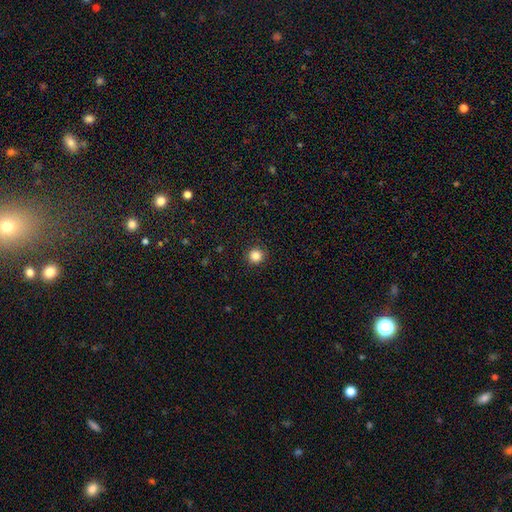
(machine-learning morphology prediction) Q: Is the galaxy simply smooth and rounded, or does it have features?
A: smooth — 85%.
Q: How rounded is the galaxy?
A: round — 95%.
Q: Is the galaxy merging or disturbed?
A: none — 92%.